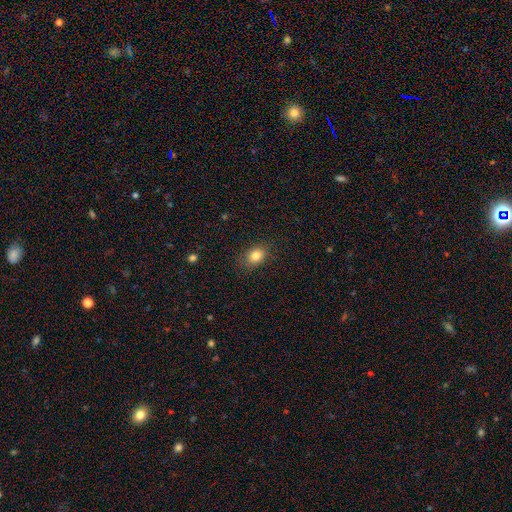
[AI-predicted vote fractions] smooth 83%, star or artifact 10%, featured or disk 7%. Down the decision tree: how rounded — in between (66%); merging — none (85%).